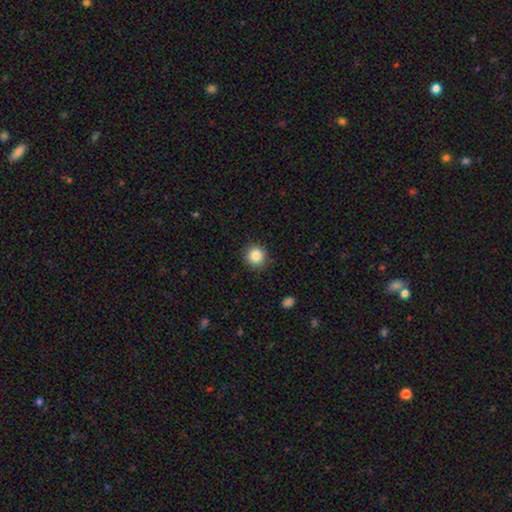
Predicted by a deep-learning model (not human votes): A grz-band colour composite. It shows a smooth galaxy with no disk features (85%) that is round (93%). Merging: none (90%).